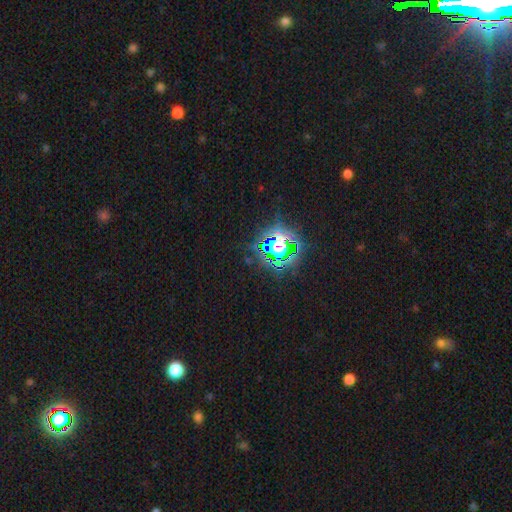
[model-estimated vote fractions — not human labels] smooth_or_featured: star or artifact (p=0.81) [alt: smooth p=0.12]